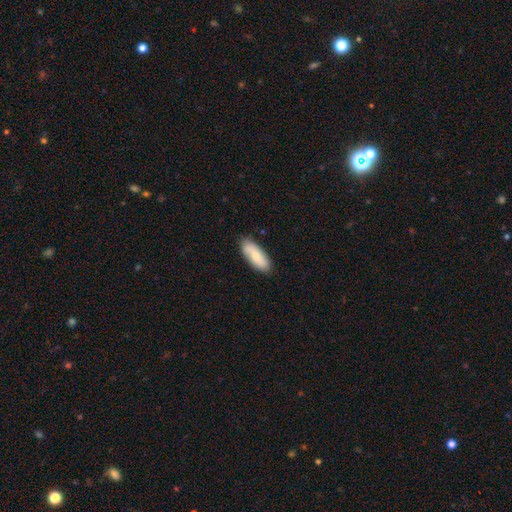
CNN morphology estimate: smooth 74%, featured or disk 21%, star or artifact 5%. Down the decision tree: how rounded — in between (70%); merging — none (83%).